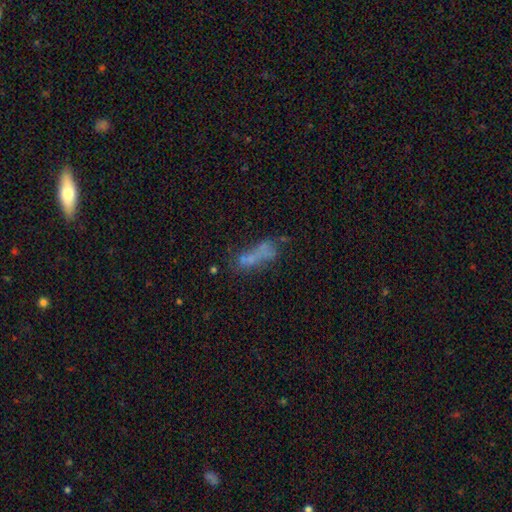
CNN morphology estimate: This is possibly a smooth galaxy (46%). Merging: marginally none (38%).